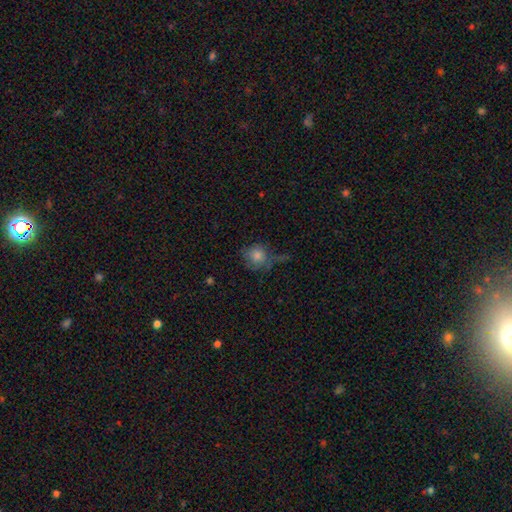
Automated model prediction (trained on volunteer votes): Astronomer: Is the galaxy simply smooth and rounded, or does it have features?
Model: smooth — 69%.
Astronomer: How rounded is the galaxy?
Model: round — 85%.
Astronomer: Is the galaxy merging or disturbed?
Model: none — 55%.